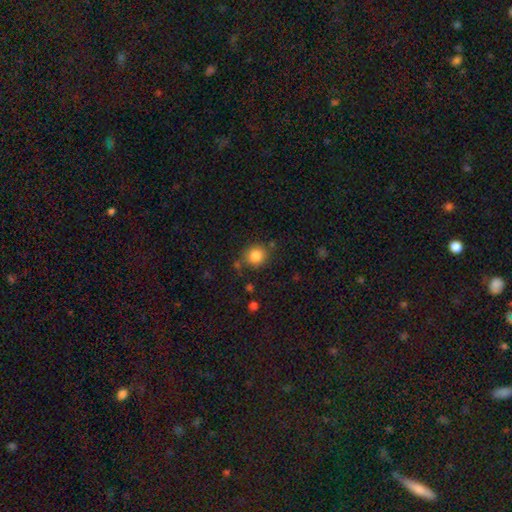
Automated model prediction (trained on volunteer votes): A smooth galaxy with no disk features (85%) that is round (87%). Merging: none (77%).